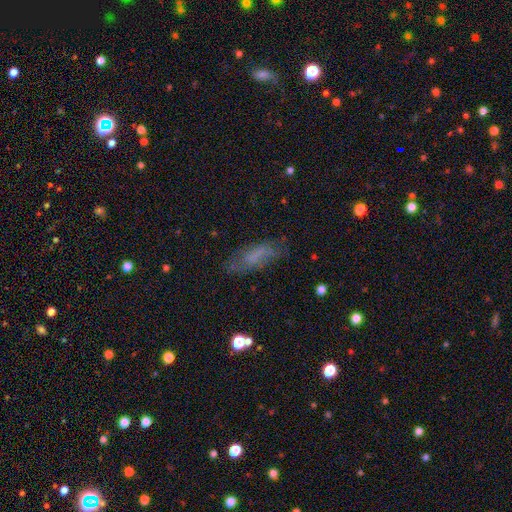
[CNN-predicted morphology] A smooth galaxy with no disk features (53%) that is in between round and cigar-shaped (64%). Merging: none (65%).